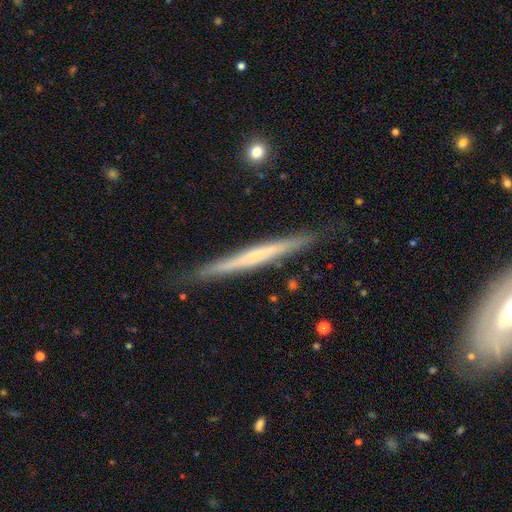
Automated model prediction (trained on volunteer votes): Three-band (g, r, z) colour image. It shows a featured or disk galaxy (61%) viewed edge-on (97%) with no central bulge (76%). Merging: none (88%).